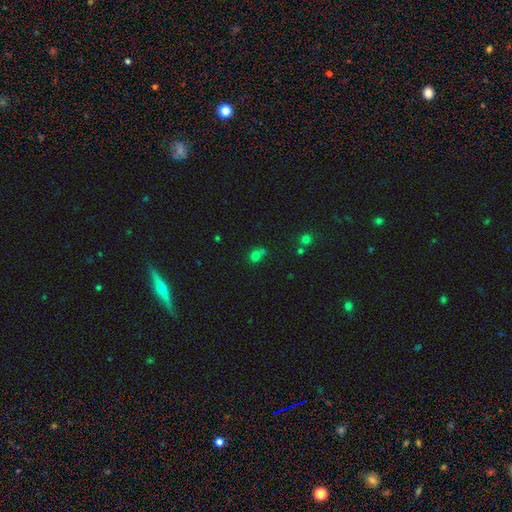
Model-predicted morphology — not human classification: Smooth or featured: smooth — 71% (star or artifact — 19%)
How rounded: round — 75% (in between — 24%)
Merging: none — 46% (merger — 34%)